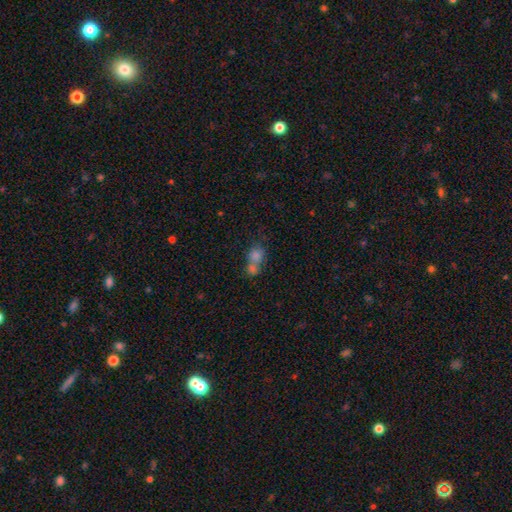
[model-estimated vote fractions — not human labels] Smooth or featured: smooth — 74% (star or artifact — 13%)
How rounded: round — 60% (in between — 38%)
Merging: merger — 63% (none — 26%)